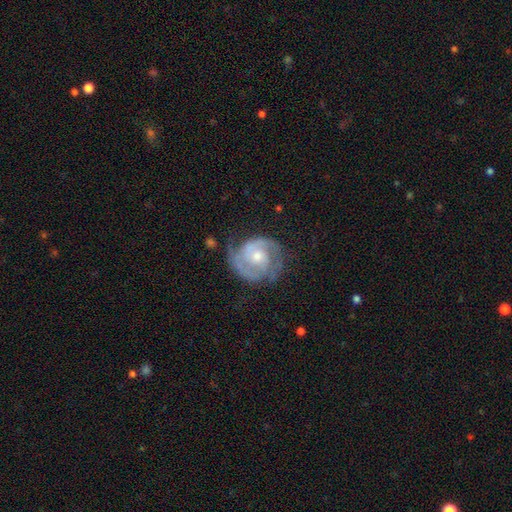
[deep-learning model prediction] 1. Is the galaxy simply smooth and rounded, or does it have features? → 87% featured or disk, 8% smooth, 5% star or artifact.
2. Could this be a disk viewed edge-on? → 98% no, 2% yes.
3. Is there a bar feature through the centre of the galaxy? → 65% no, 30% weak, 6% strong.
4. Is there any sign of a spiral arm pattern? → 97% yes, 3% no.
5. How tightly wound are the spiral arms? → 55% tight, 37% medium, 8% loose.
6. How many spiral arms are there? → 77% 2, 8% can't tell, 8% 3, 3% 1, 2% 4, 2% more than 4.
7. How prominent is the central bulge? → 55% moderate, 38% small, 3% large, 2% none, 1% dominant.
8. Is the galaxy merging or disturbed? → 68% none, 21% minor disturbance, 10% major disturbance, 2% merger.